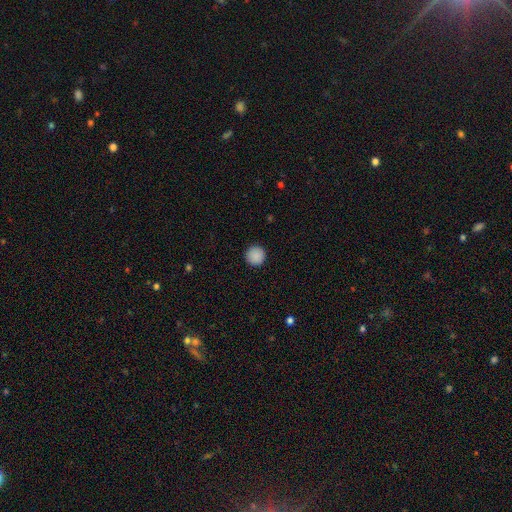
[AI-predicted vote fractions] The model was most divided on "smooth or featured": smooth: 89%, star or artifact: 8%, featured or disk: 3%. More confident: how rounded — round (96%); merging — none (92%).